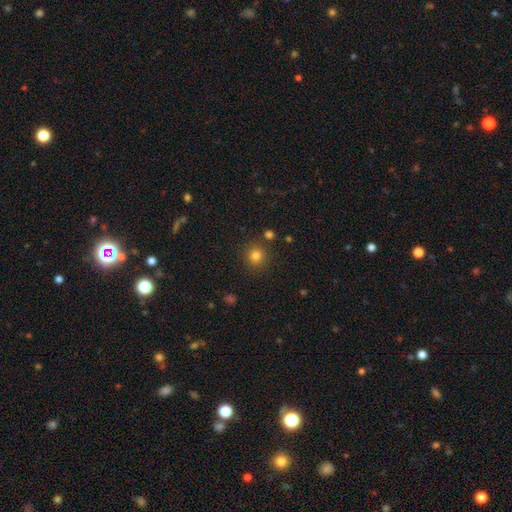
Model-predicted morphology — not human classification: Smooth or featured?
  - smooth: 80% *
  - star or artifact: 14%
  - featured or disk: 6%
How rounded?
  - round: 92% *
  - in between: 7%
  - cigar-shaped: 1%
Merging?
  - none: 86% *
  - minor disturbance: 7%
  - merger: 4%
  - major disturbance: 3%